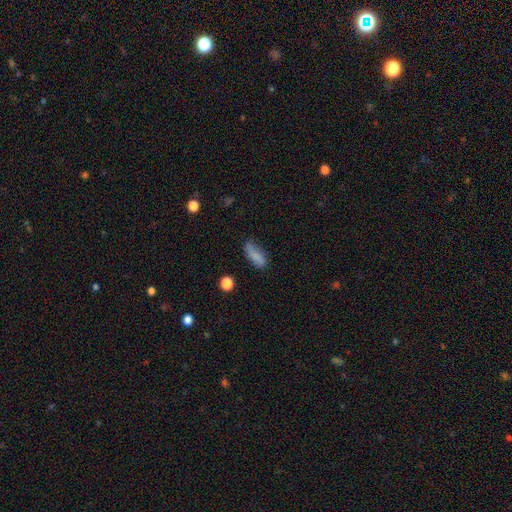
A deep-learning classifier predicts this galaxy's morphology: type=smooth (77%); roundness=in between (65%); merging=none (59%).